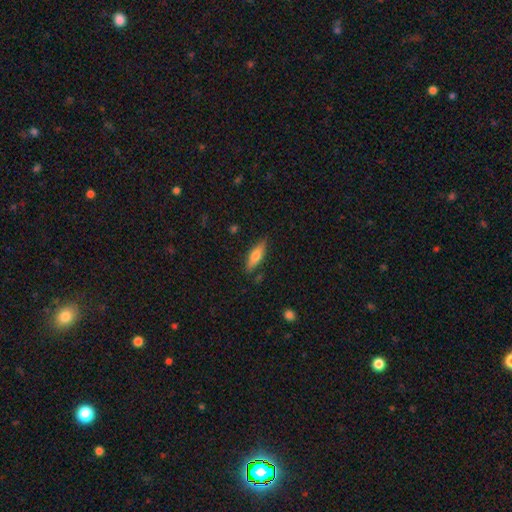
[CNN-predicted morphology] This is possibly a smooth galaxy (60%). How rounded: possibly cigar-shaped (57%). Merging: clearly none (83%).